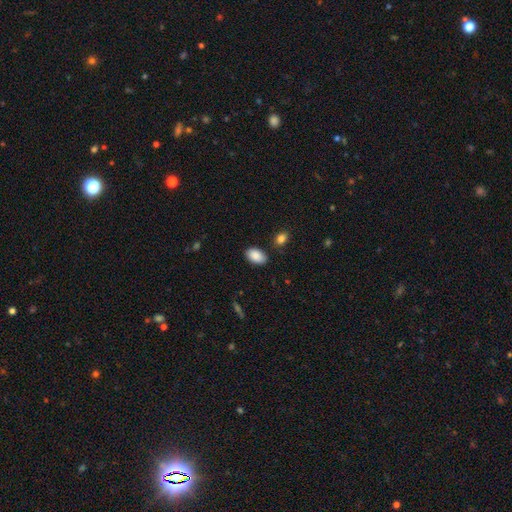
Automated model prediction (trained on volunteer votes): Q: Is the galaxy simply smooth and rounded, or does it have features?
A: smooth — 89%.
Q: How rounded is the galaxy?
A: in between — 93%.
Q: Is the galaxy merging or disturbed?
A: none — 84%.